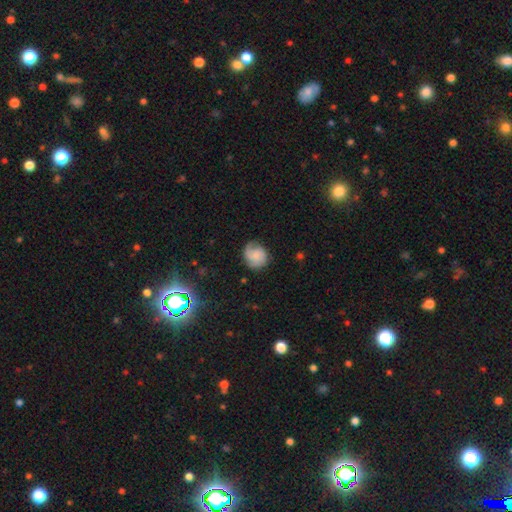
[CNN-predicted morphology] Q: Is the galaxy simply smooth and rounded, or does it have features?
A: featured or disk — 46%.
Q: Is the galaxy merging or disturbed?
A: none — 67%.